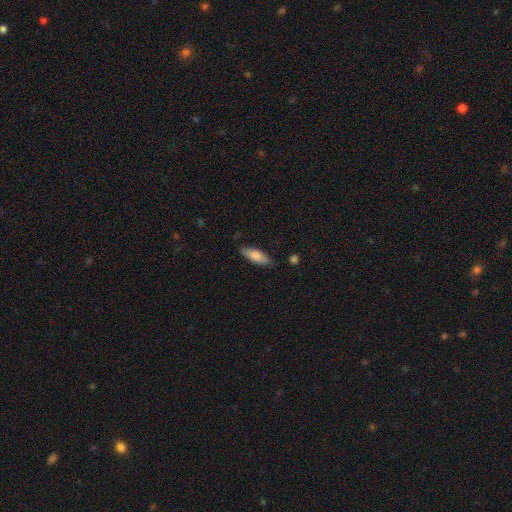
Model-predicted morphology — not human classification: smooth_or_featured: smooth (p=0.81) [alt: featured or disk p=0.13]
how_rounded: in between (p=0.61) [alt: cigar-shaped p=0.37]
merging: none (p=0.82) [alt: minor disturbance p=0.14]